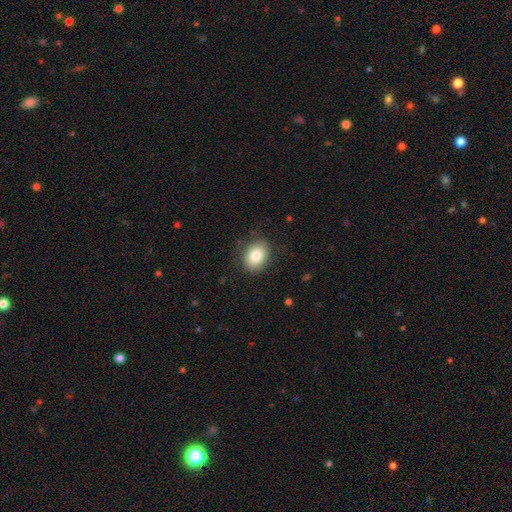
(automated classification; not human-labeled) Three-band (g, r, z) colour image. It shows a smooth galaxy with no disk features (82%) that is in between round and cigar-shaped (64%). Merging: none (84%).